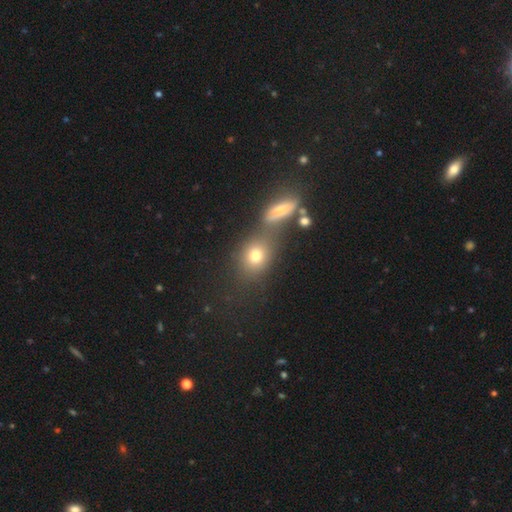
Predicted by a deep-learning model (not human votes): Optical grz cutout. It shows a smooth galaxy with no disk features (73%) that is round (58%). Merging: none (52%).